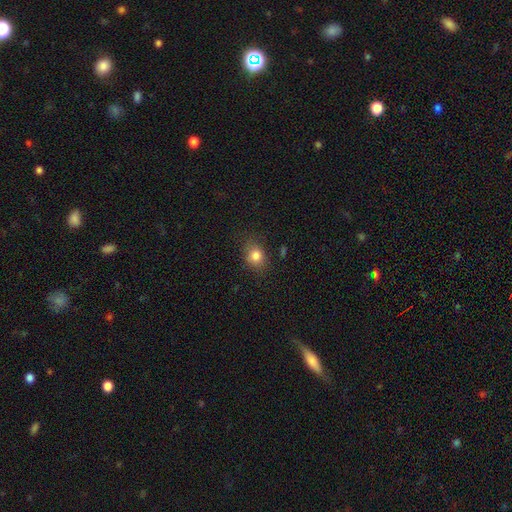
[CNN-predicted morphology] This appears to be a smooth galaxy with no disk features (82%) that is in between round and cigar-shaped (52%). Merging: none (75%).